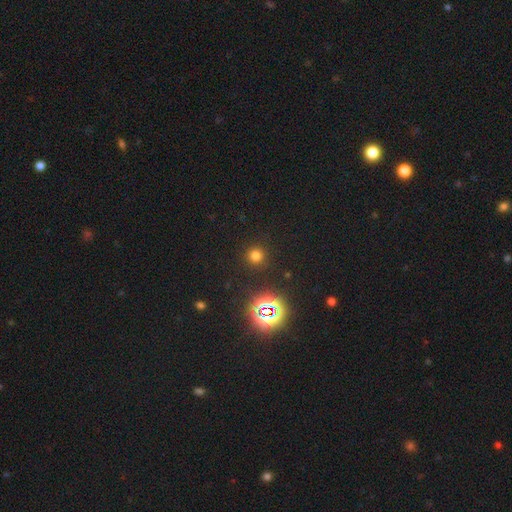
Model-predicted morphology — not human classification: smooth-or-featured: smooth: 70% | star or artifact: 25% | featured or disk: 5%
  how-rounded: round: 94% | in between: 5% | cigar-shaped: 1%
  merging: none: 91% | minor disturbance: 5% | major disturbance: 3% | merger: 2%